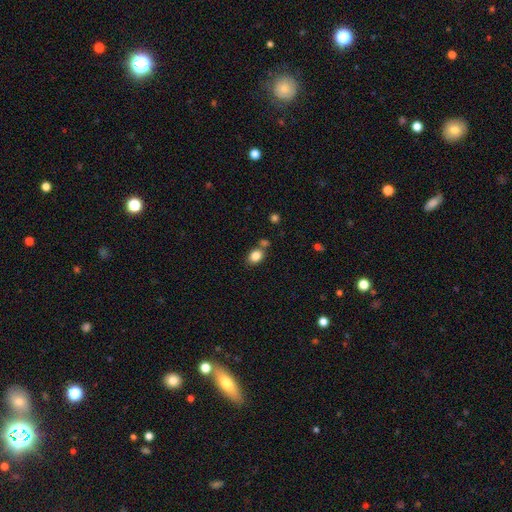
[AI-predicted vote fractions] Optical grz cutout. It shows a smooth galaxy with no disk features (84%) that is in between round and cigar-shaped (65%). Merging: none (66%).